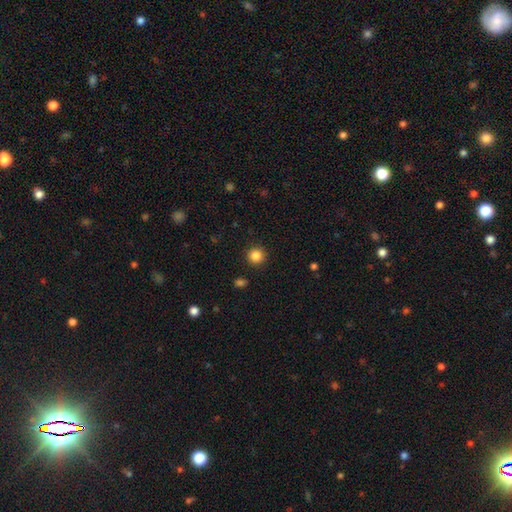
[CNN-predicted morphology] smooth 85%, star or artifact 11%, featured or disk 4%. Down the decision tree: how rounded — round (94%); merging — none (92%).